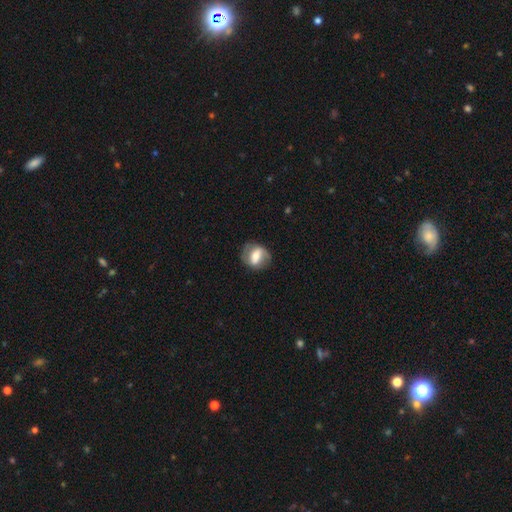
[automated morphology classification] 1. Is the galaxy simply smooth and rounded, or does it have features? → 56% featured or disk, 37% smooth, 7% star or artifact.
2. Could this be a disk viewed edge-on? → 94% no, 6% yes.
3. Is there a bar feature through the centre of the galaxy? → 48% strong, 34% weak, 18% no.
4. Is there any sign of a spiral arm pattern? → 70% yes, 30% no.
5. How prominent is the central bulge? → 54% moderate, 22% small, 19% large, 3% none, 3% dominant.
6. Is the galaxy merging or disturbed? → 75% none, 16% minor disturbance, 8% major disturbance, 1% merger.